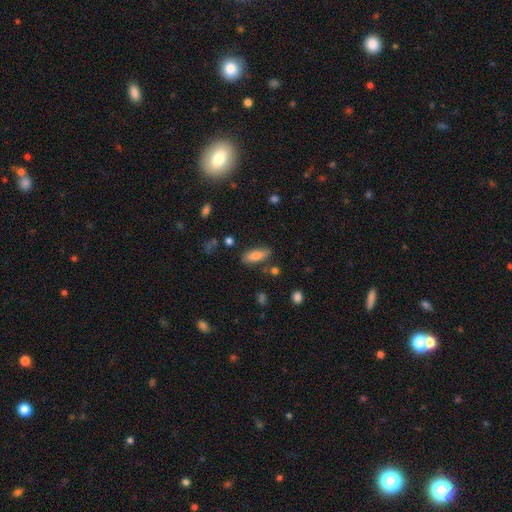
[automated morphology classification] smooth 77%, featured or disk 15%, star or artifact 7%. Down the decision tree: how rounded — in between (73%); merging — none (78%).